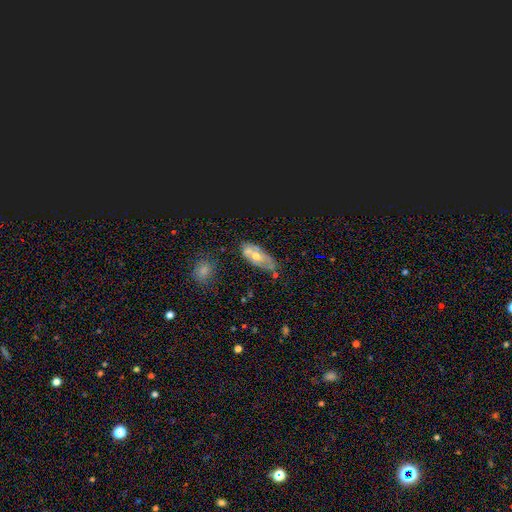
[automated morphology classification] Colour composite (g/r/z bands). It shows a featured or disk galaxy (48%). Merging: none (61%).